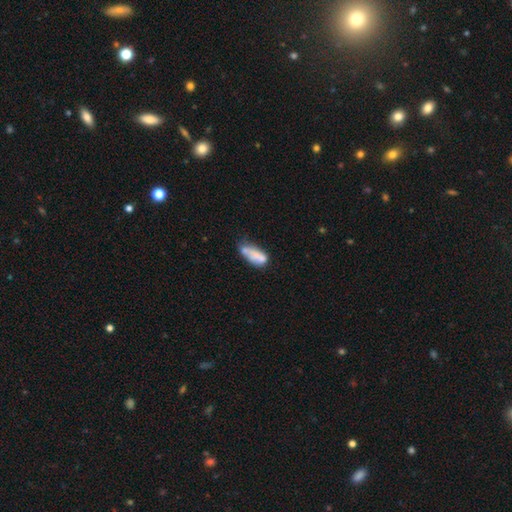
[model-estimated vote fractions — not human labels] Smooth or featured? smooth (65%)
How rounded? in between (83%)
Merging? merger (30%)